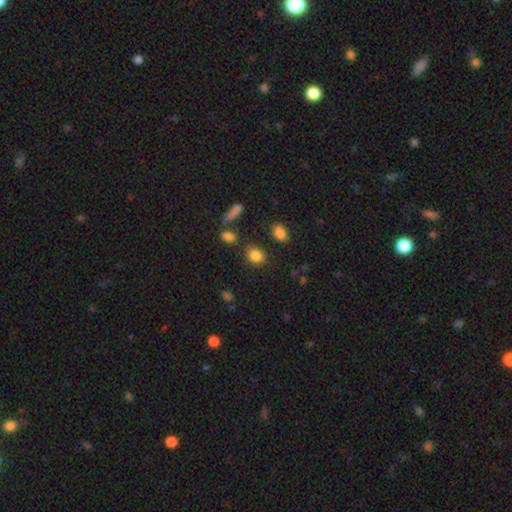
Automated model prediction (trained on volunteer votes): smooth_or_featured: smooth (p=0.84) [alt: star or artifact p=0.11]
how_rounded: round (p=0.58) [alt: in between p=0.41]
merging: none (p=0.74) [alt: minor disturbance p=0.14]